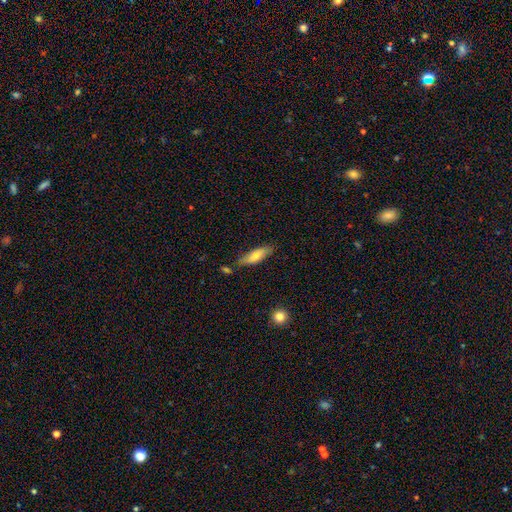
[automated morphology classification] smooth 70%, featured or disk 24%, star or artifact 6%. Down the decision tree: how rounded — in between (52%); merging — none (74%).